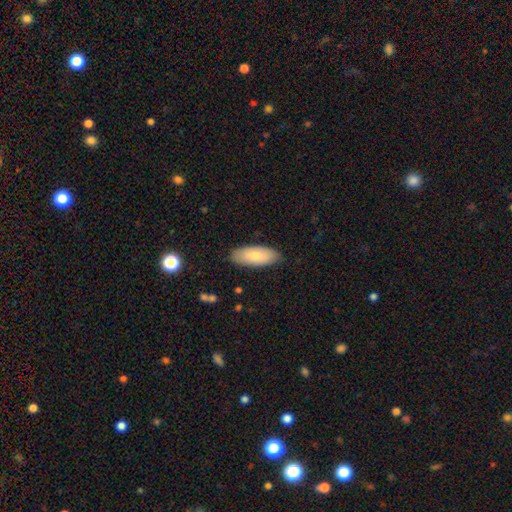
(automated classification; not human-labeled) Smooth or featured? Predicted: smooth (p=0.80). How rounded? Predicted: in between (p=0.85). Merging? Predicted: none (p=0.84).